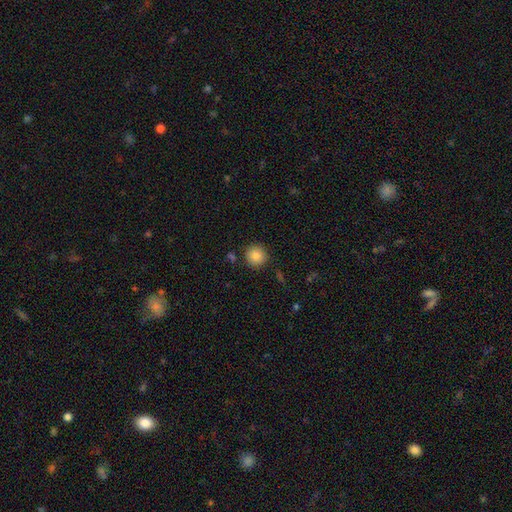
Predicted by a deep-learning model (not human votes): Morphology: type=smooth (85%); roundness=round (94%); merging=none (89%).